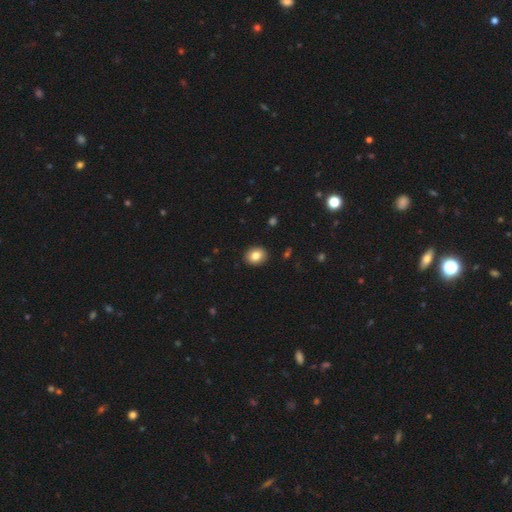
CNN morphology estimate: A smooth galaxy with no disk features (83%) that is round (56%).

Vote fractions:
- Smooth or featured? smooth: 83% / star or artifact: 9% / featured or disk: 8%
- How rounded? round: 56% / in between: 44% / cigar-shaped: 1%
- Merging? none: 91% / minor disturbance: 6% / major disturbance: 2% / merger: 1%